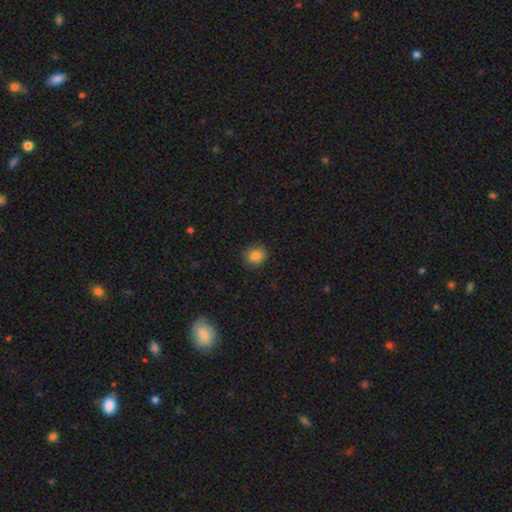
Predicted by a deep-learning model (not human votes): Q: Smooth or featured?
A: smooth (84%); runner-up: star or artifact (11%)
Q: How rounded?
A: round (78%); runner-up: in between (21%)
Q: Merging?
A: none (87%); runner-up: minor disturbance (9%)